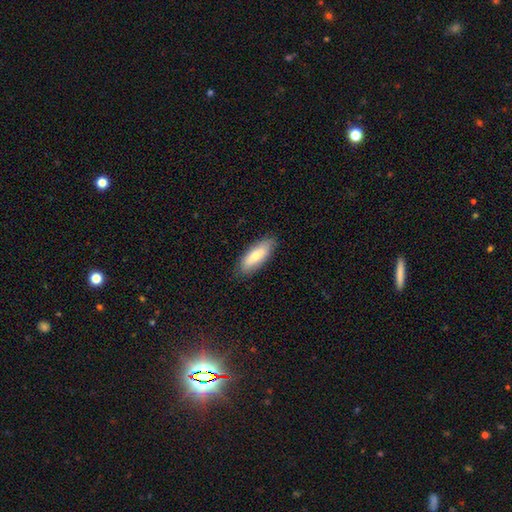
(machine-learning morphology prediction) Smooth or featured?
  - smooth: 71% *
  - featured or disk: 23%
  - star or artifact: 6%
How rounded?
  - in between: 67% *
  - cigar-shaped: 31%
  - round: 2%
Merging?
  - none: 84% *
  - minor disturbance: 12%
  - major disturbance: 2%
  - merger: 1%